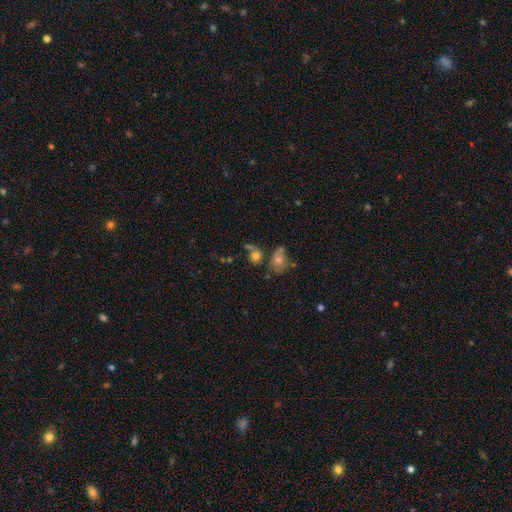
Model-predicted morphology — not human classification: The model was most divided on "merging": none: 40%, merger: 31%, minor disturbance: 15%, major disturbance: 13%. More confident: how rounded — round (68%); smooth or featured — smooth (67%).